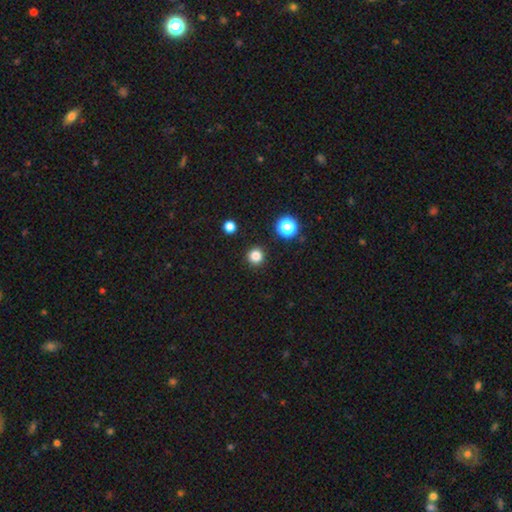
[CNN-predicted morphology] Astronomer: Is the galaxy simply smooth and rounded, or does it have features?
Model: smooth — 82%.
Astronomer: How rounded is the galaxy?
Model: round — 95%.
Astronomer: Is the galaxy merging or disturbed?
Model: none — 92%.